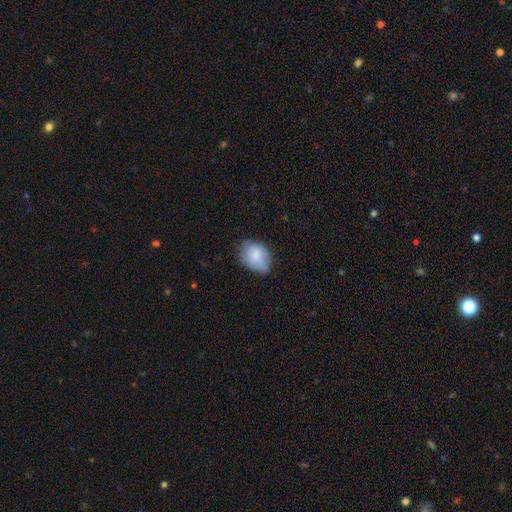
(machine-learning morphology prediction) Smooth or featured? Predicted: smooth (p=0.84). How rounded? Predicted: in between (p=0.79). Merging? Predicted: none (p=0.63).